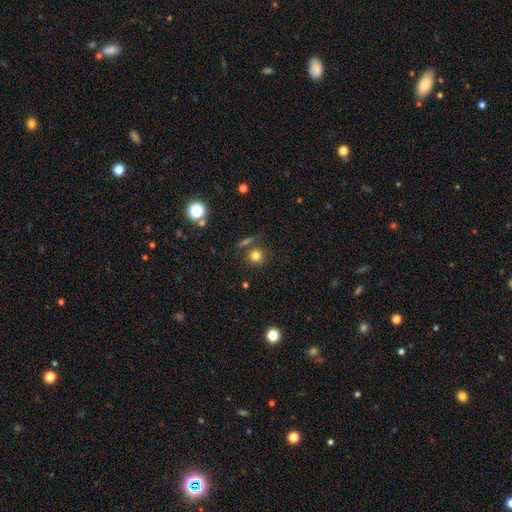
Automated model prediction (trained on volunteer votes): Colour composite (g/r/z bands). It shows a smooth galaxy with no disk features (77%) that is round (90%). Merging: none (77%).